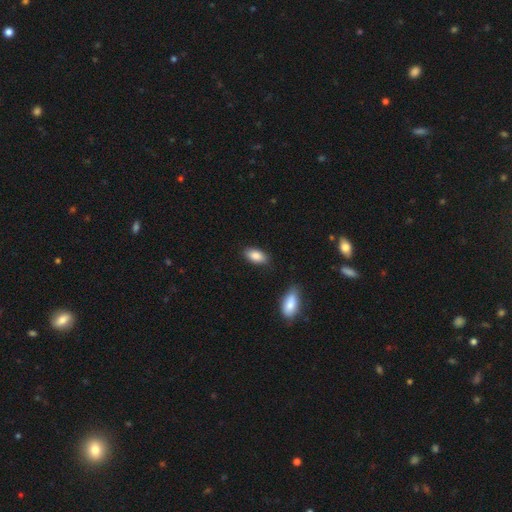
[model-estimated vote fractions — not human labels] A smooth galaxy with no disk features (87%) that is in between round and cigar-shaped (91%).

Vote fractions:
- Smooth or featured? smooth: 87% / star or artifact: 7% / featured or disk: 6%
- How rounded? in between: 91% / cigar-shaped: 5% / round: 3%
- Merging? none: 85% / minor disturbance: 11% / major disturbance: 2% / merger: 2%